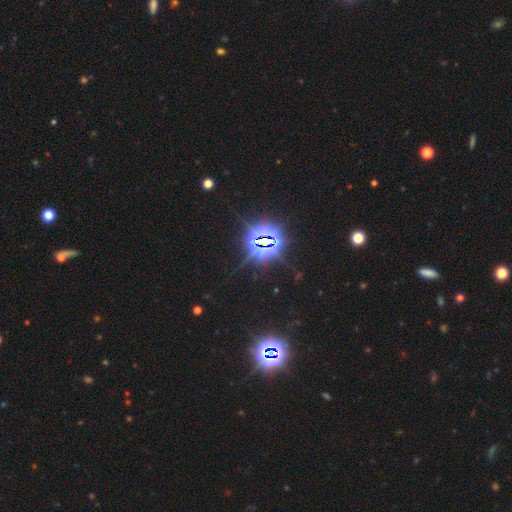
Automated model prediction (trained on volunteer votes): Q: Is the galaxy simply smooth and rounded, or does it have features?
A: star or artifact — 84%.